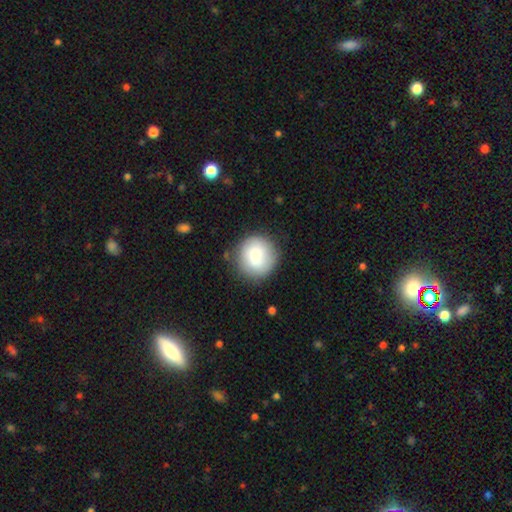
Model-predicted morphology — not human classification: type=smooth (80%); roundness=round (91%); merging=none (78%).